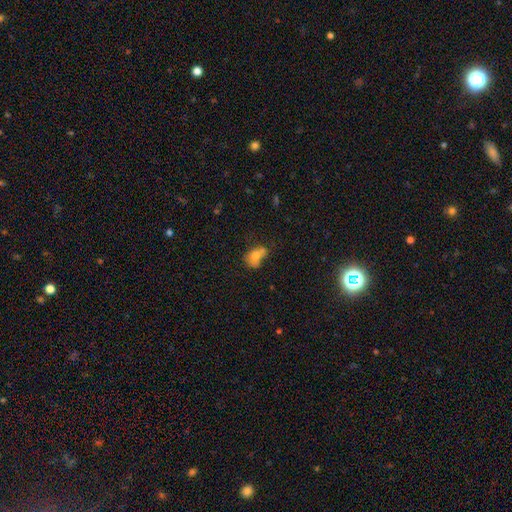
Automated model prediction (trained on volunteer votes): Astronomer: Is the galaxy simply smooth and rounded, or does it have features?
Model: smooth — 69%.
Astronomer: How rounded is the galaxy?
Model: in between — 69%.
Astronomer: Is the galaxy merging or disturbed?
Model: merger — 32% (runner-up: none, 29%).